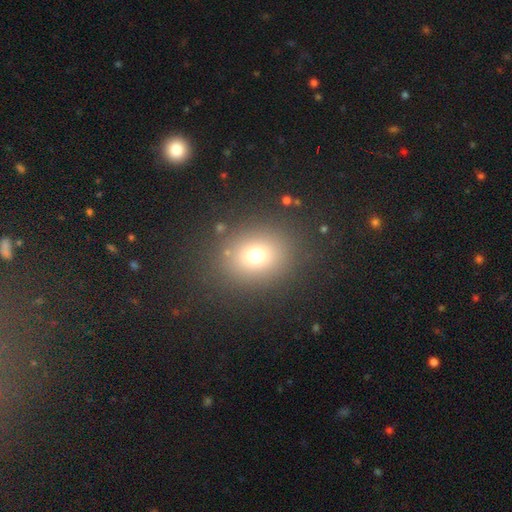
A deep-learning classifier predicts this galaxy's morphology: The model was most divided on "how rounded": round: 64%, in between: 35%, cigar-shaped: 1%. More confident: merging — none (85%); smooth or featured — smooth (71%).